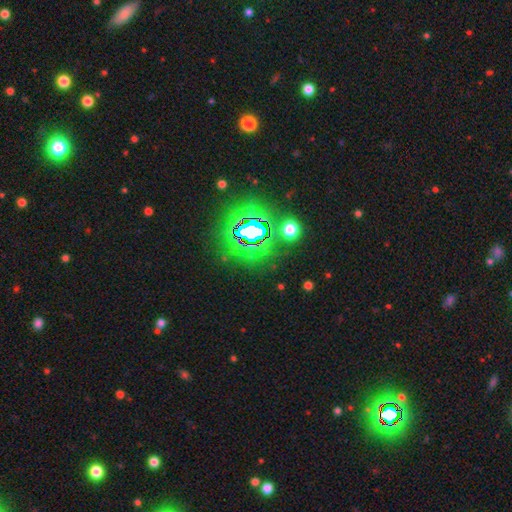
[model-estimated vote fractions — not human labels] smooth-or-featured: star or artifact: 77% | smooth: 14% | featured or disk: 9%